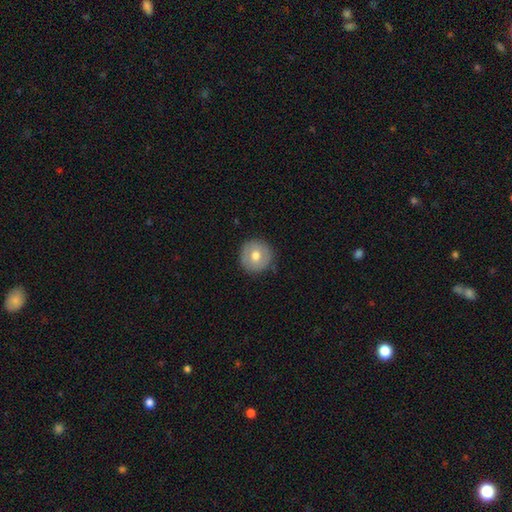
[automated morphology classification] Q: Smooth or featured?
A: smooth (66%); runner-up: featured or disk (27%)
Q: How rounded?
A: round (95%); runner-up: in between (4%)
Q: Merging?
A: none (88%); runner-up: minor disturbance (9%)